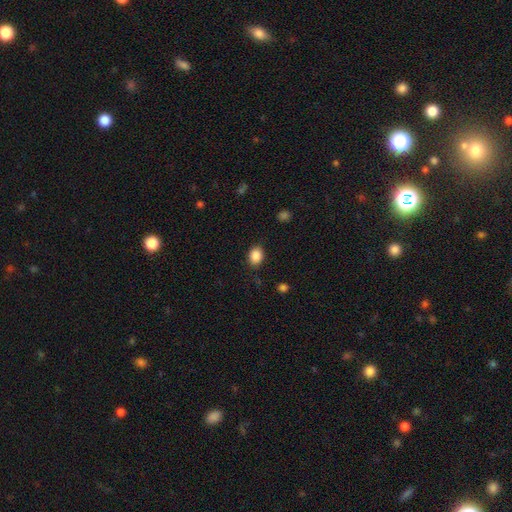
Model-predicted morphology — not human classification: A smooth galaxy with no disk features (88%) that is in between round and cigar-shaped (61%).

Vote fractions:
- Smooth or featured? smooth: 88% / star or artifact: 9% / featured or disk: 3%
- How rounded? in between: 61% / round: 38% / cigar-shaped: 1%
- Merging? none: 85% / minor disturbance: 11% / major disturbance: 3% / merger: 1%